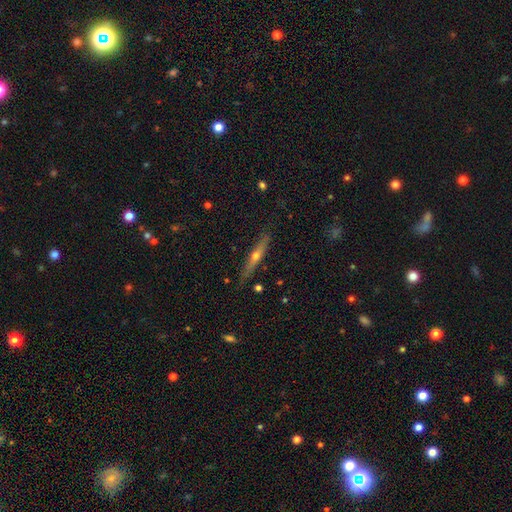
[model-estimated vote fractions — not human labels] This appears to be a featured or disk galaxy (60%) viewed edge-on (94%) with a rounded central bulge (88%). Merging: none (84%).